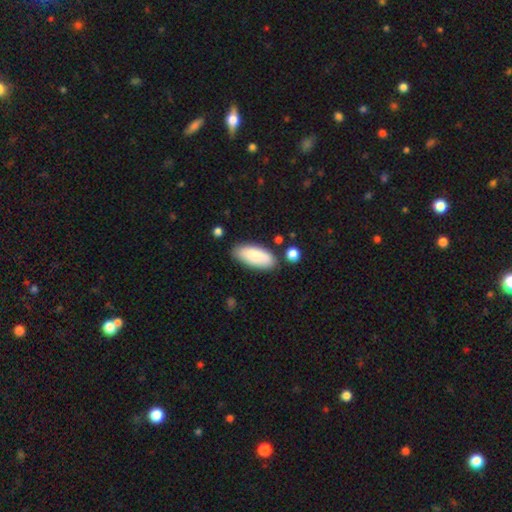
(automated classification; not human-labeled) This is clearly a smooth galaxy (87%). How rounded: clearly in between (83%). Merging: likely none (79%).